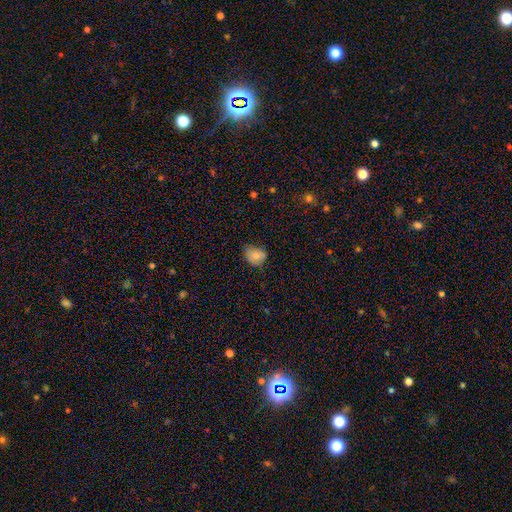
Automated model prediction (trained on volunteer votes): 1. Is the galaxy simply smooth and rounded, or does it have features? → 77% smooth, 13% featured or disk, 10% star or artifact.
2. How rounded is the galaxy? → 52% round, 47% in between, 1% cigar-shaped.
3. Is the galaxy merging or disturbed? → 61% none, 31% minor disturbance, 5% major disturbance, 2% merger.